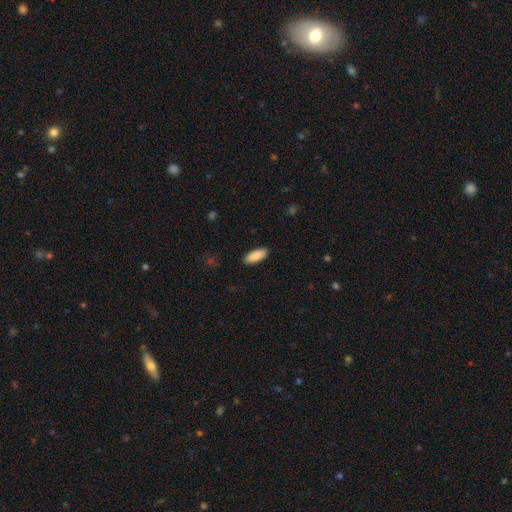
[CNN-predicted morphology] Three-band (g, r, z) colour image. It shows a smooth galaxy with no disk features (90%) that is in between round and cigar-shaped (83%). Merging: none (90%).